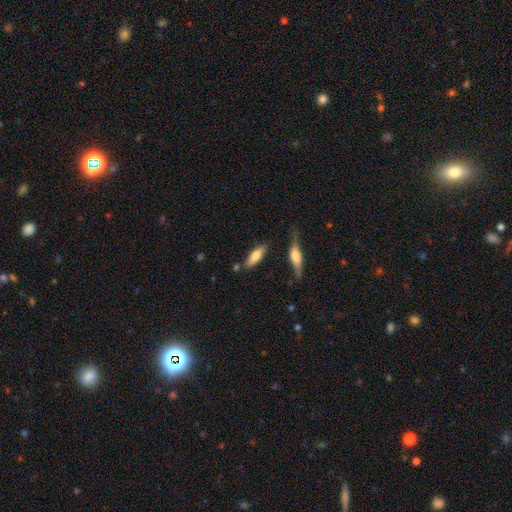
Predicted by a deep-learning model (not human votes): Smooth or featured?
  - smooth: 66% *
  - featured or disk: 28%
  - star or artifact: 7%
How rounded?
  - in between: 54% *
  - cigar-shaped: 44%
  - round: 2%
Merging?
  - none: 72% *
  - minor disturbance: 17%
  - merger: 6%
  - major disturbance: 4%